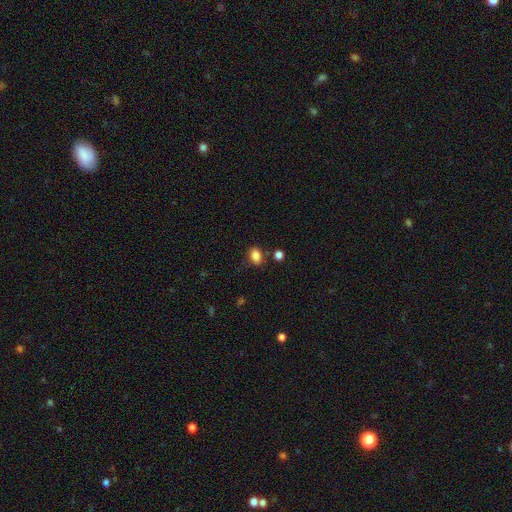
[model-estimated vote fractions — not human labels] Smooth or featured?
  - smooth: 85% *
  - star or artifact: 10%
  - featured or disk: 5%
How rounded?
  - in between: 73% *
  - round: 26%
  - cigar-shaped: 1%
Merging?
  - none: 77% *
  - minor disturbance: 13%
  - merger: 6%
  - major disturbance: 4%